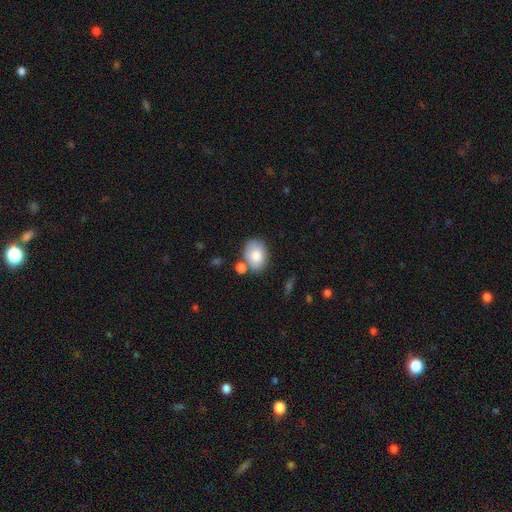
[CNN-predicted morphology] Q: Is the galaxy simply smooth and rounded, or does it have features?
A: smooth — 79%.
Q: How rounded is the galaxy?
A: in between — 72%.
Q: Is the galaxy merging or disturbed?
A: none — 64%.